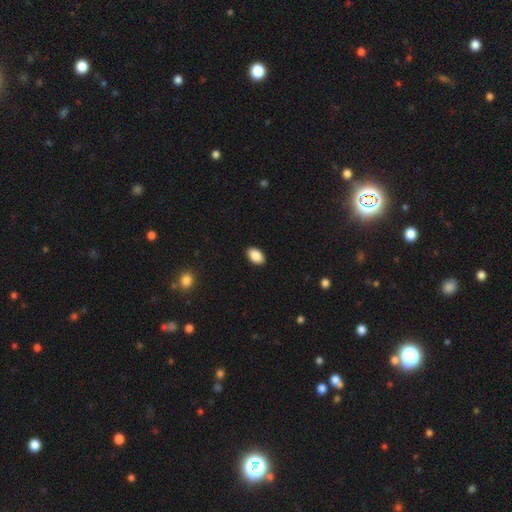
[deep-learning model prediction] A smooth galaxy with no disk features (89%) that is in between round and cigar-shaped (91%).

Vote fractions:
- Smooth or featured? smooth: 89% / star or artifact: 7% / featured or disk: 4%
- How rounded? in between: 91% / round: 8% / cigar-shaped: 1%
- Merging? none: 90% / minor disturbance: 7% / major disturbance: 2% / merger: 1%